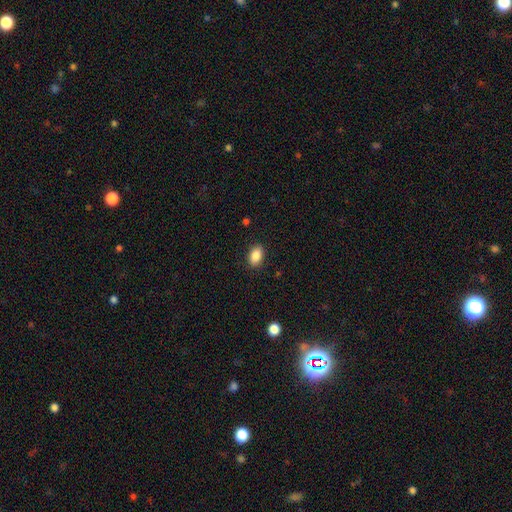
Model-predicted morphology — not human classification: Q: Smooth or featured?
A: smooth (88%); runner-up: star or artifact (8%)
Q: How rounded?
A: in between (86%); runner-up: round (12%)
Q: Merging?
A: none (88%); runner-up: minor disturbance (8%)